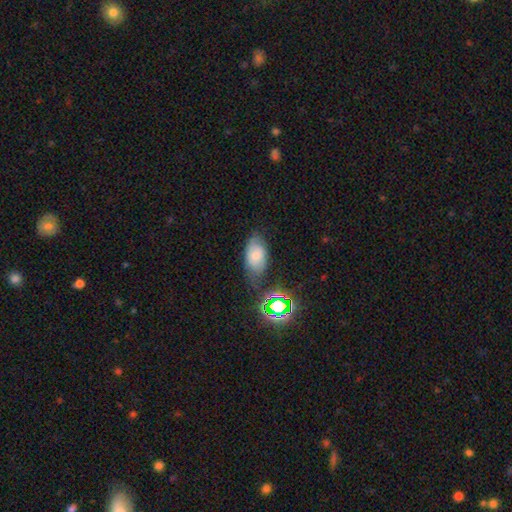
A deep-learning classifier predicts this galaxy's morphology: Smooth or featured?
  - smooth: 65% *
  - featured or disk: 20%
  - star or artifact: 15%
How rounded?
  - in between: 91% *
  - round: 7%
  - cigar-shaped: 2%
Merging?
  - none: 58% *
  - minor disturbance: 27%
  - major disturbance: 9%
  - merger: 6%